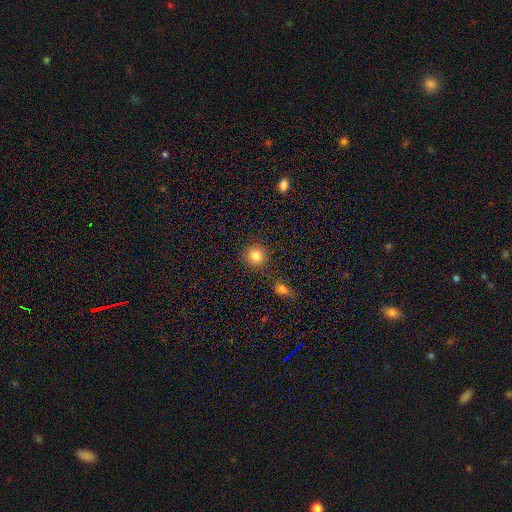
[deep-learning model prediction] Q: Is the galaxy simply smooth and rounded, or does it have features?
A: smooth — 83%.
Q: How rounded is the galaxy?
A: round — 91%.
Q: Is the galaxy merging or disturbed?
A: none — 85%.